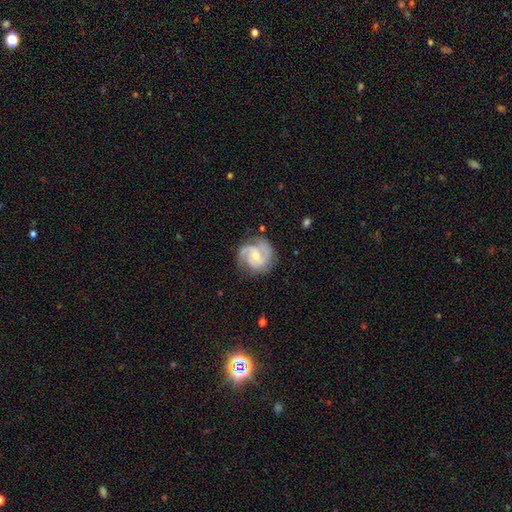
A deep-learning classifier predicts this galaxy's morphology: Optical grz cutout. It shows a featured or disk galaxy (88%) with no bar (53%), 3 (46%) medium (48%) spiral arms (98%) and a moderate central bulge (50%). Merging: none (78%).